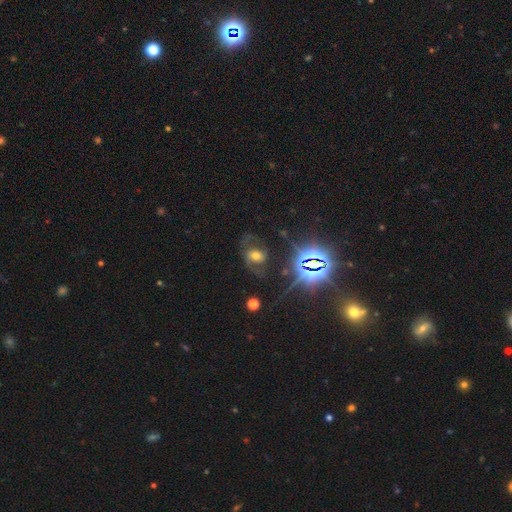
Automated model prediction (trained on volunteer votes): Smooth or featured: featured or disk — 55% (star or artifact — 24%)
Edge-on disk: no — 95% (yes — 5%)
Bar: no — 54% (weak — 29%)
Spiral arms: yes — 81% (no — 19%)
Bulge size: moderate — 62% (small — 17%)
Merging: none — 56% (major disturbance — 23%)